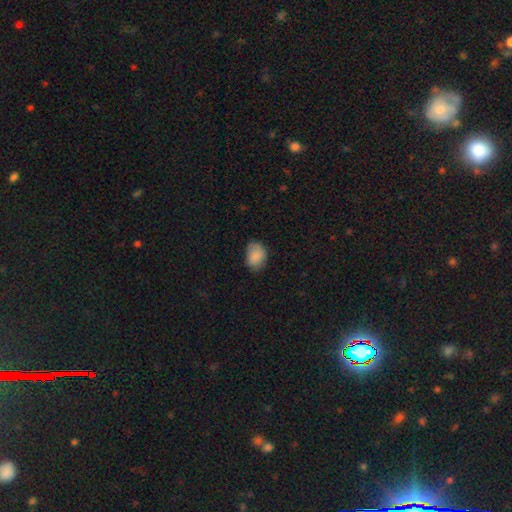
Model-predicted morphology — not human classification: Q: Smooth or featured?
A: smooth (85%); runner-up: star or artifact (8%)
Q: How rounded?
A: in between (72%); runner-up: round (27%)
Q: Merging?
A: none (68%); runner-up: minor disturbance (25%)